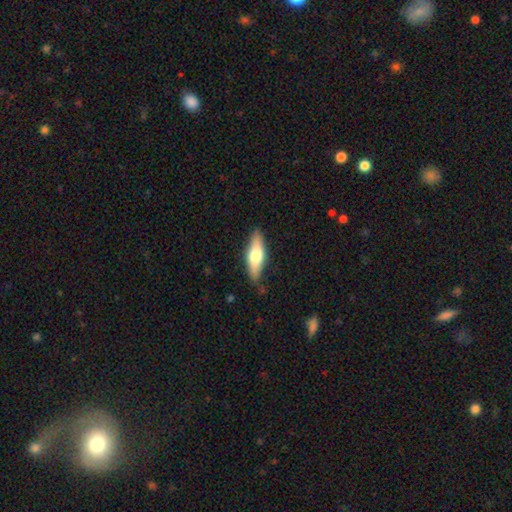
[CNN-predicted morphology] Smooth or featured?
  - smooth: 59% *
  - featured or disk: 35%
  - star or artifact: 5%
How rounded?
  - in between: 52% *
  - cigar-shaped: 46%
  - round: 2%
Merging?
  - none: 82% *
  - minor disturbance: 14%
  - major disturbance: 3%
  - merger: 1%